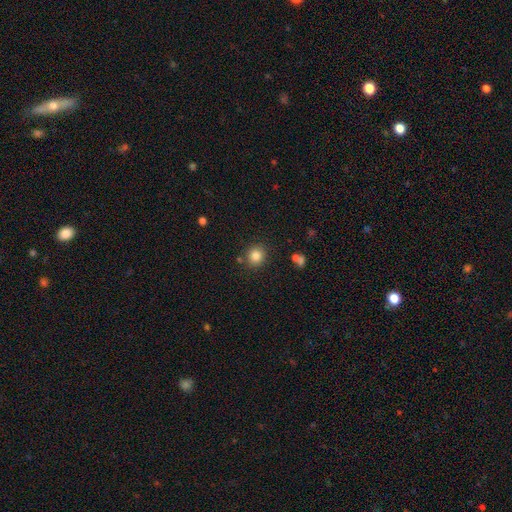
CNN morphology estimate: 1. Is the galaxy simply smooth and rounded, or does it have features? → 83% smooth, 11% star or artifact, 6% featured or disk.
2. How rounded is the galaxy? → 86% round, 13% in between, 1% cigar-shaped.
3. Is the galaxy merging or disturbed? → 83% none, 8% minor disturbance, 5% merger, 3% major disturbance.